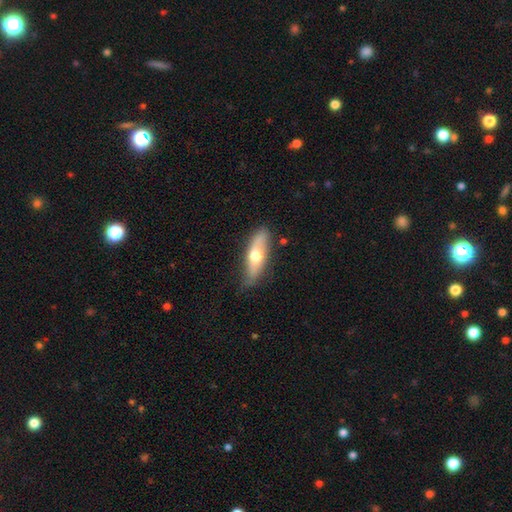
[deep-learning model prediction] The model was most divided on "how rounded": in between: 56%, cigar-shaped: 41%, round: 3%. More confident: merging — none (75%); smooth or featured — smooth (55%).